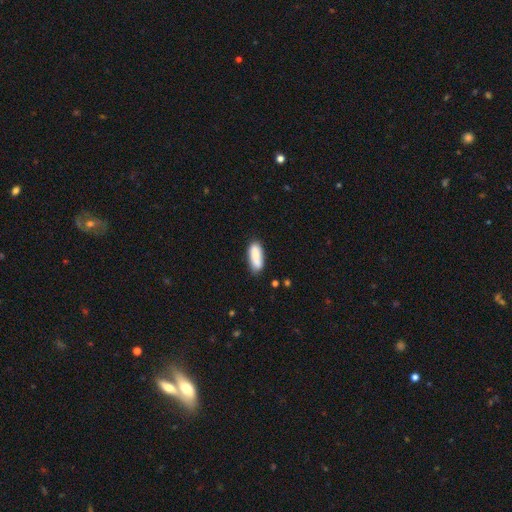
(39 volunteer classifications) Overall: smooth (74%). How rounded: in between (79%). Merging: none (67%).